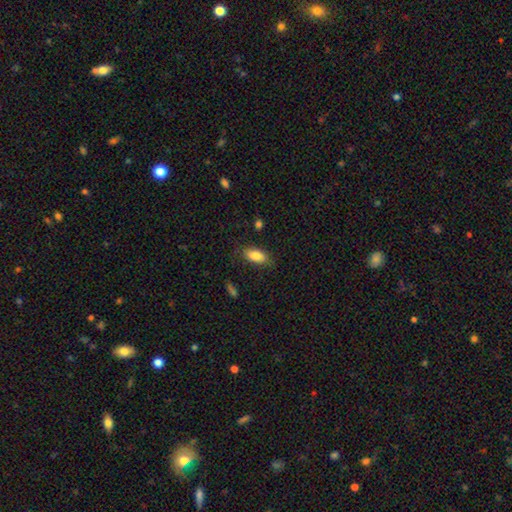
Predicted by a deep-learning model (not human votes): smooth 83%, featured or disk 10%, star or artifact 7%. Down the decision tree: how rounded — in between (90%); merging — none (80%).